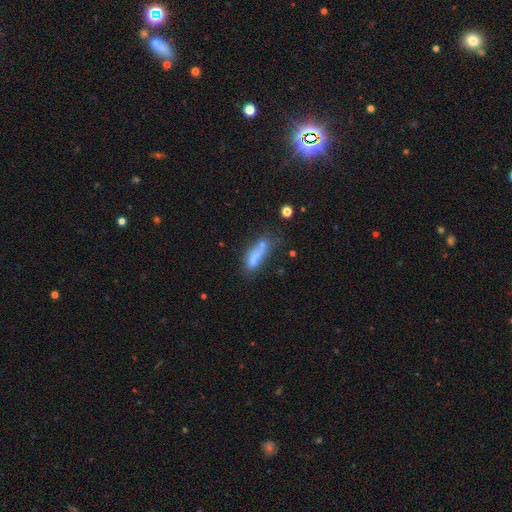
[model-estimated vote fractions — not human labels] Smooth or featured? Predicted: smooth (p=0.61). How rounded? Predicted: cigar-shaped (p=0.50). Merging? Predicted: none (p=0.34).